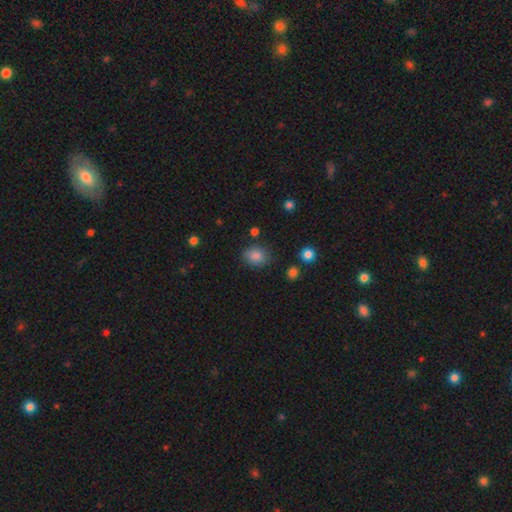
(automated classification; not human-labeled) Smooth or featured? smooth (85%)
How rounded? round (55%)
Merging? none (79%)